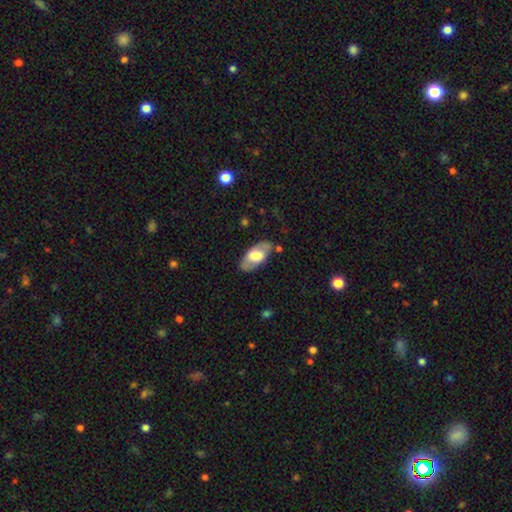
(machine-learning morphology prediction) A smooth galaxy with no disk features (54%) that is in between round and cigar-shaped (92%). Merging: none (76%).